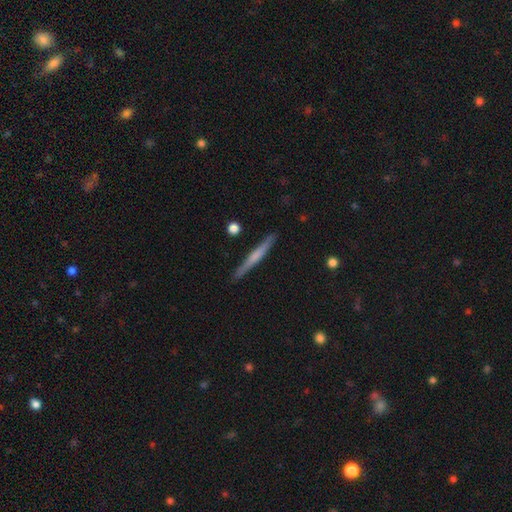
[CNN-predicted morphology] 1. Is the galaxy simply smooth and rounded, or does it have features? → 48% featured or disk, 47% smooth, 6% star or artifact.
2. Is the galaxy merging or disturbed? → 89% none, 8% minor disturbance, 2% major disturbance, 2% merger.